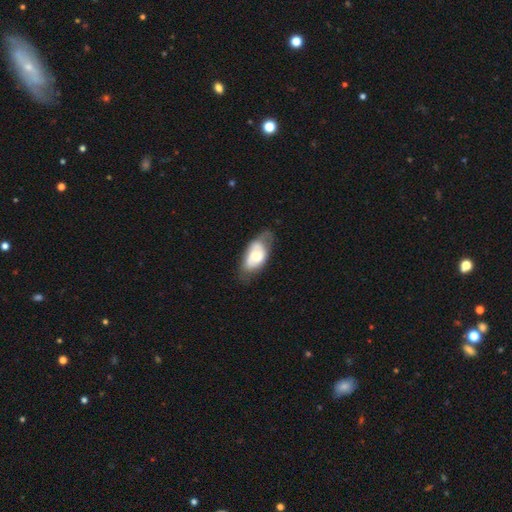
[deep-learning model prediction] Overall: smooth (49%; featured or disk 44%). Merging: none (55%; minor disturbance 30%).